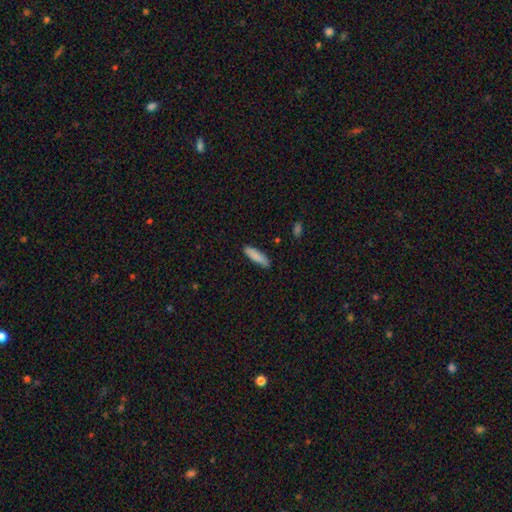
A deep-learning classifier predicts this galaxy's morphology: Smooth or featured? smooth (87%)
How rounded? cigar-shaped (68%)
Merging? none (86%)